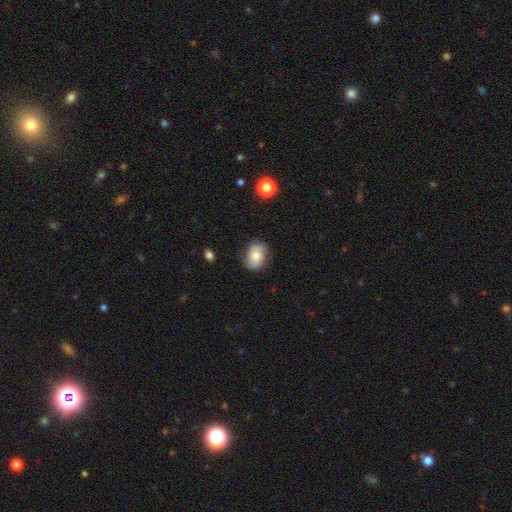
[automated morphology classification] Q: Smooth or featured?
A: smooth (70%); runner-up: featured or disk (22%)
Q: How rounded?
A: in between (67%); runner-up: round (31%)
Q: Merging?
A: none (77%); runner-up: minor disturbance (18%)